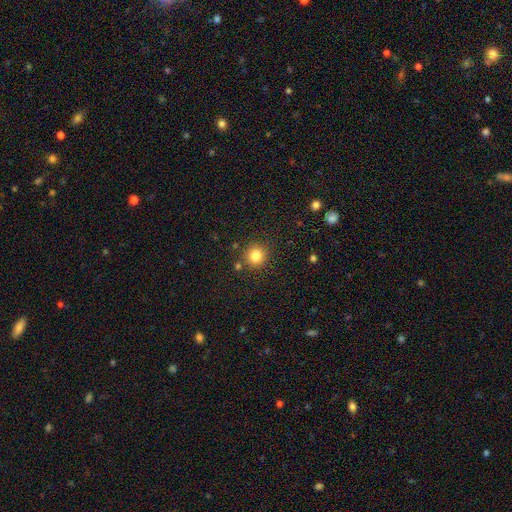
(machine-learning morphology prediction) Smooth or featured? smooth (83%)
How rounded? round (91%)
Merging? none (85%)